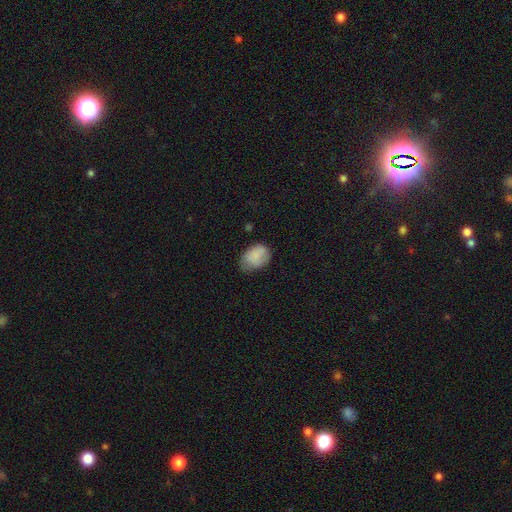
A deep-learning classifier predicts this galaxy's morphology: The model was most divided on "merging": none: 49%, minor disturbance: 38%, major disturbance: 11%, merger: 2%. More confident: smooth or featured — smooth (82%); how rounded — in between (78%).